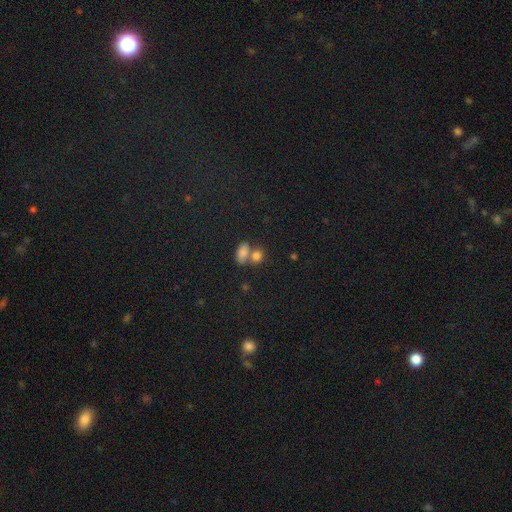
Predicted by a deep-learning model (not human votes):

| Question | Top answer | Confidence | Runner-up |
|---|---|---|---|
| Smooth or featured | smooth | 76% | star or artifact (14%) |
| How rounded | in between | 69% | round (28%) |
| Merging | merger | 50% | none (38%) |